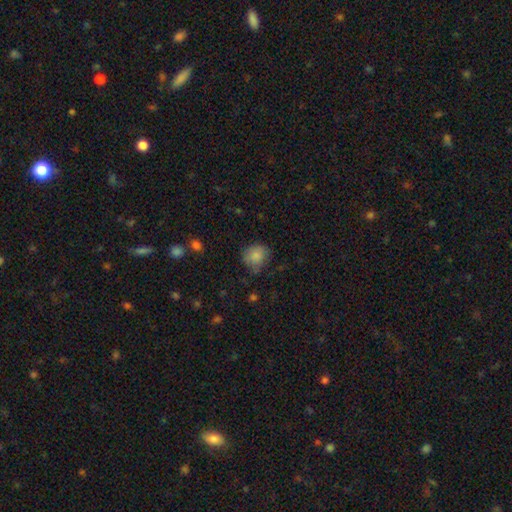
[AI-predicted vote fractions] A smooth galaxy with no disk features (84%) that is round (74%). Merging: none (67%).